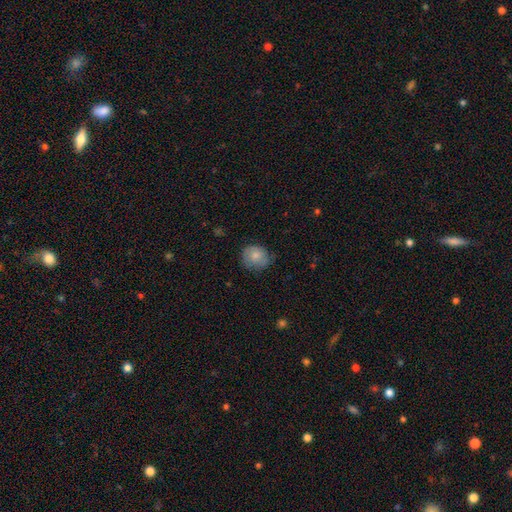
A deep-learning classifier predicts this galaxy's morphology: A smooth galaxy with no disk features (75%) that is round (77%).

Vote fractions:
- Smooth or featured? smooth: 75% / featured or disk: 17% / star or artifact: 7%
- How rounded? round: 77% / in between: 22% / cigar-shaped: 1%
- Merging? none: 68% / minor disturbance: 25% / major disturbance: 5% / merger: 1%